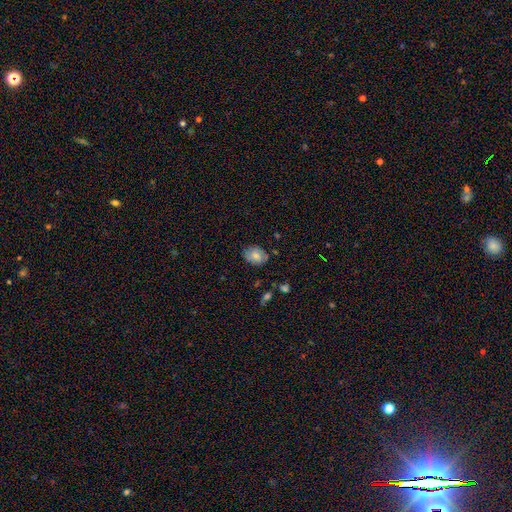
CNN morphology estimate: Smooth or featured? Predicted: smooth (p=0.76). How rounded? Predicted: in between (p=0.66). Merging? Predicted: none (p=0.76).